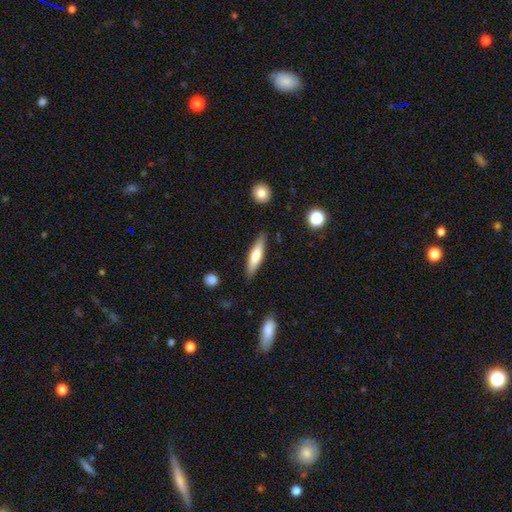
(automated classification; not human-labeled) Morphology: type=smooth (66%); roundness=cigar-shaped (76%); merging=none (86%).